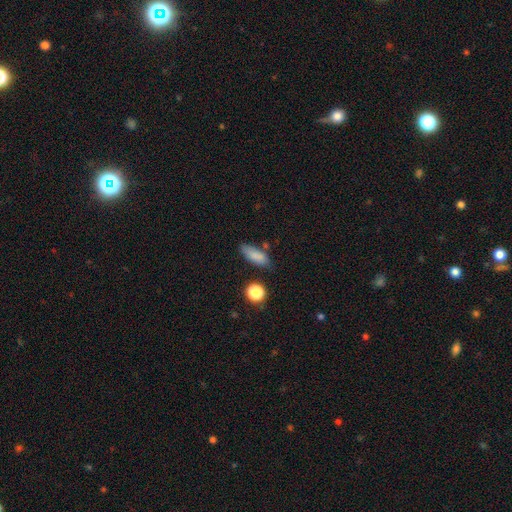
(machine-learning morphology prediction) Smooth or featured? Predicted: smooth (p=0.82). How rounded? Predicted: in between (p=0.70). Merging? Predicted: none (p=0.69).